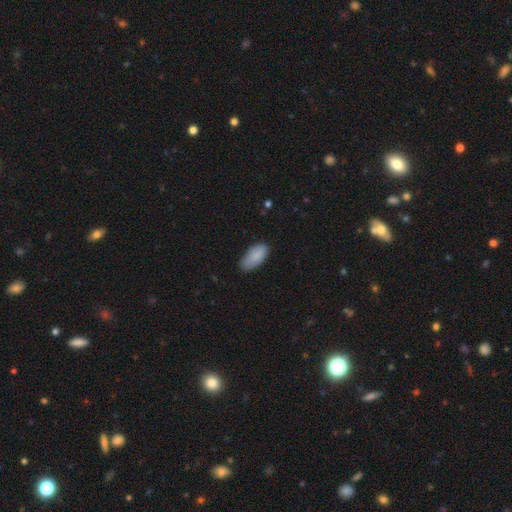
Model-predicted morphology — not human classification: A smooth galaxy with no disk features (87%) that is in between round and cigar-shaped (92%).

Vote fractions:
- Smooth or featured? smooth: 87% / featured or disk: 7% / star or artifact: 6%
- How rounded? in between: 92% / cigar-shaped: 6% / round: 2%
- Merging? none: 73% / minor disturbance: 23% / major disturbance: 3% / merger: 1%